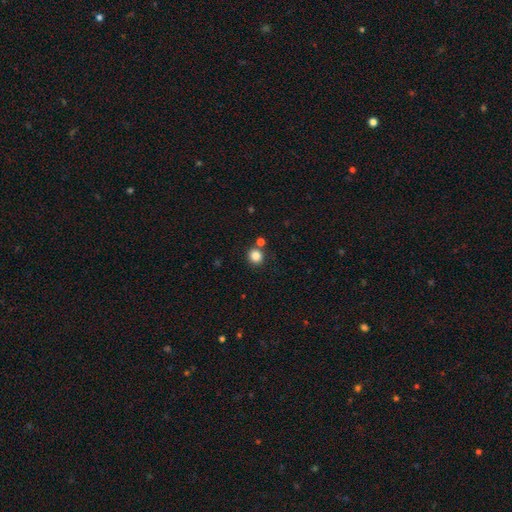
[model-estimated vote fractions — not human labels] Smooth or featured? Predicted: smooth (p=0.84). How rounded? Predicted: round (p=0.87). Merging? Predicted: none (p=0.78).